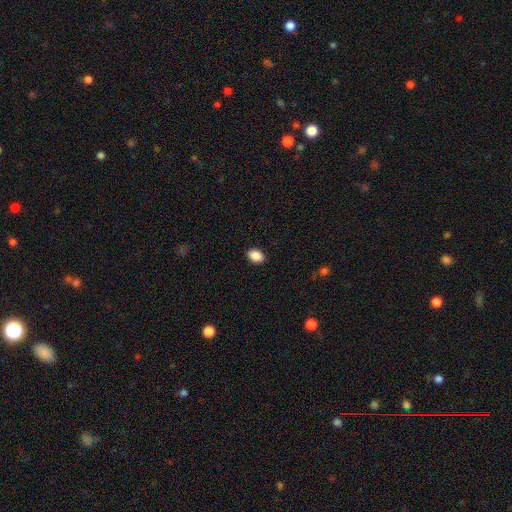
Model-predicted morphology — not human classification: Smooth or featured: smooth — 89% (star or artifact — 8%)
How rounded: in between — 80% (round — 19%)
Merging: none — 89% (minor disturbance — 8%)